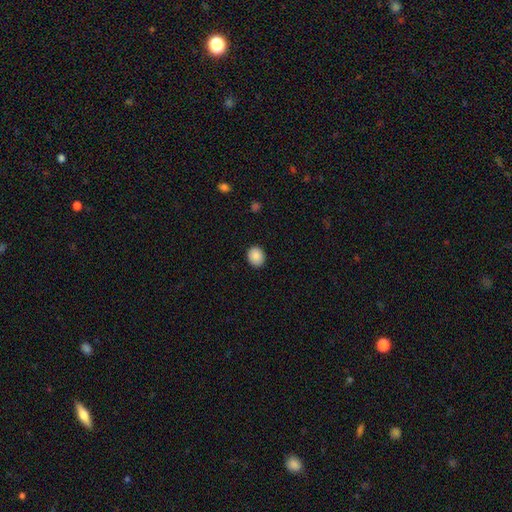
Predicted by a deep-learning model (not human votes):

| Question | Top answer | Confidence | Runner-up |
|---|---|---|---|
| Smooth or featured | smooth | 88% | star or artifact (8%) |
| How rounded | round | 62% | in between (37%) |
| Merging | none | 89% | minor disturbance (8%) |